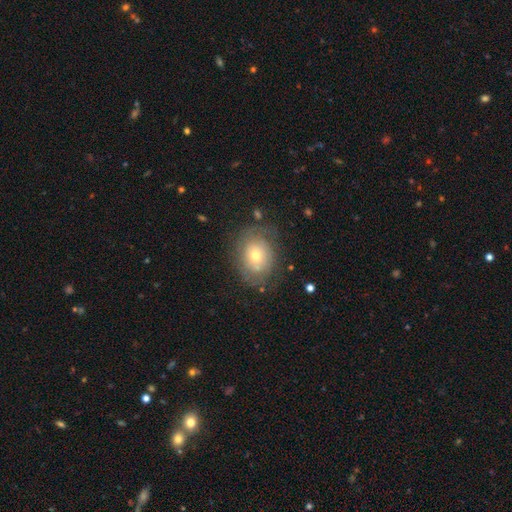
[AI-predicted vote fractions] This appears to be a smooth galaxy with no disk features (55%) that is round (54%). Merging: none (68%).